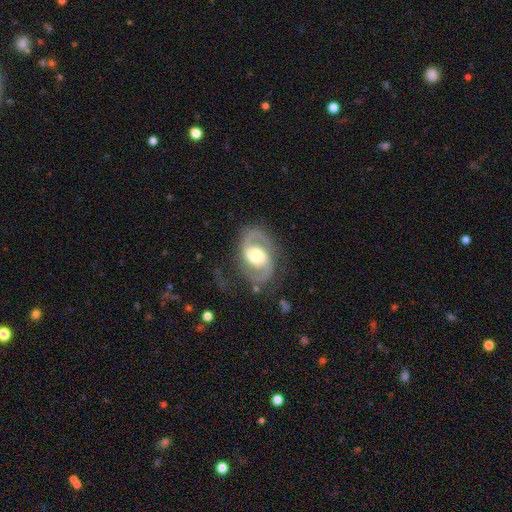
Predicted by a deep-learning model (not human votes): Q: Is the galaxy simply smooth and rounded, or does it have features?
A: featured or disk — 89%.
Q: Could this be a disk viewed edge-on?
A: no — 98%.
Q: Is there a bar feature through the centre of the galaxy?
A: weak — 44%.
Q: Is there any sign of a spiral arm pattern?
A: yes — 96%.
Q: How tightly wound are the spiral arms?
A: medium — 58%.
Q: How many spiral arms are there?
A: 2 — 93%.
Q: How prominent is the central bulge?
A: moderate — 62%.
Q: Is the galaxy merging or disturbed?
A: none — 73%.